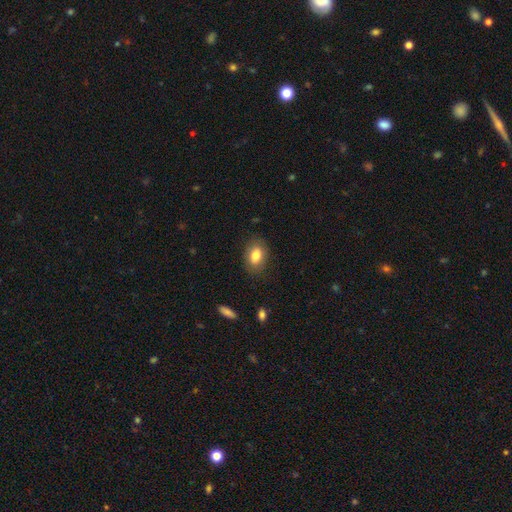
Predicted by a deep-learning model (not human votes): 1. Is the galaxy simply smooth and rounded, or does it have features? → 81% smooth, 11% featured or disk, 8% star or artifact.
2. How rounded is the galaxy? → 83% in between, 16% round, 1% cigar-shaped.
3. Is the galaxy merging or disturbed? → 84% none, 12% minor disturbance, 3% major disturbance, 1% merger.